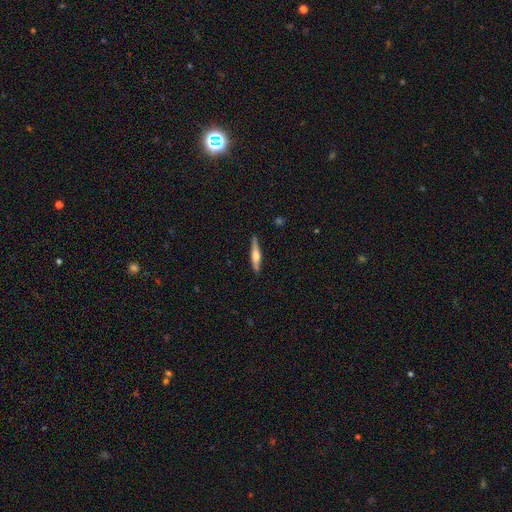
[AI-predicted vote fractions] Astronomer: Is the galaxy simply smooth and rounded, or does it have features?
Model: featured or disk — 55% (runner-up: smooth, 39%).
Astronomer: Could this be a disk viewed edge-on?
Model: yes — 96%.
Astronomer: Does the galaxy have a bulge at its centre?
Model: rounded — 83%.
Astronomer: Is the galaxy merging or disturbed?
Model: none — 88%.